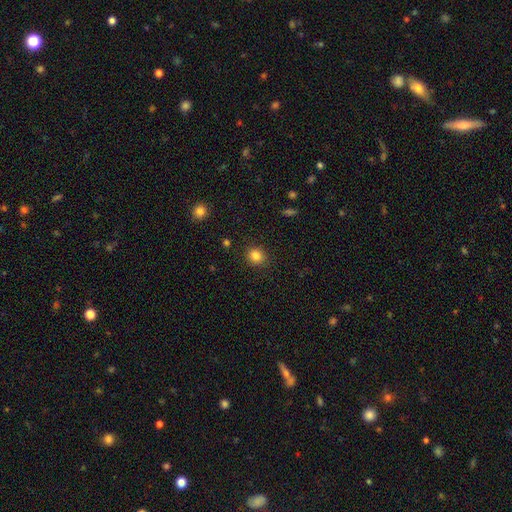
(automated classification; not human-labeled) A smooth galaxy with no disk features (84%) that is round (82%).

Vote fractions:
- Smooth or featured? smooth: 84% / star or artifact: 11% / featured or disk: 5%
- How rounded? round: 82% / in between: 17% / cigar-shaped: 1%
- Merging? none: 89% / minor disturbance: 7% / major disturbance: 2% / merger: 1%